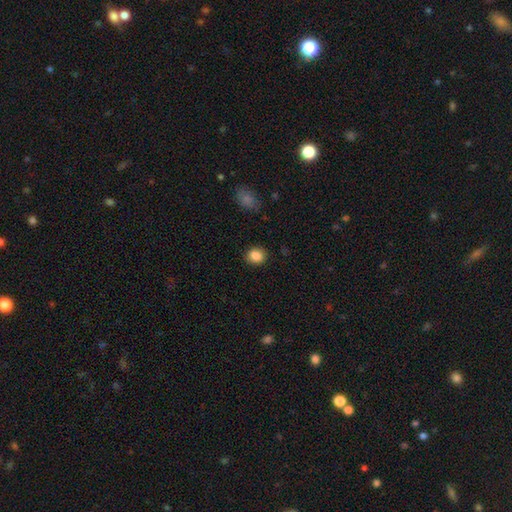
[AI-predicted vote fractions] Smooth or featured? Predicted: smooth (p=0.86). How rounded? Predicted: round (p=0.75). Merging? Predicted: none (p=0.89).